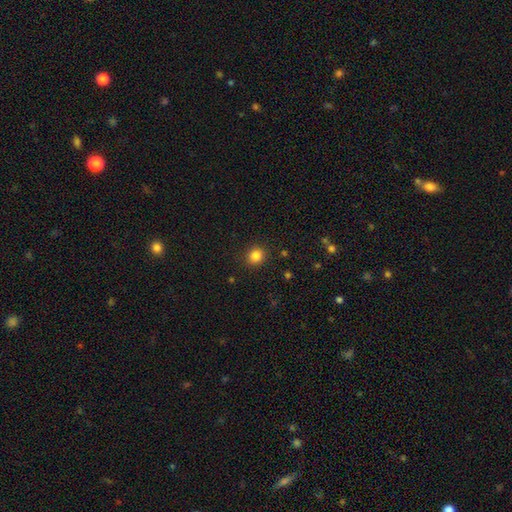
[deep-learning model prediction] Smooth or featured: smooth — 85% (star or artifact — 11%)
How rounded: round — 86% (in between — 13%)
Merging: none — 90% (minor disturbance — 6%)